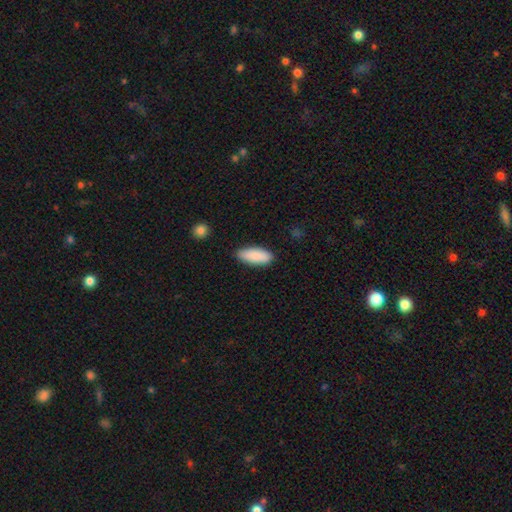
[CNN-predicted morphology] Smooth or featured? smooth (89%)
How rounded? in between (77%)
Merging? none (84%)